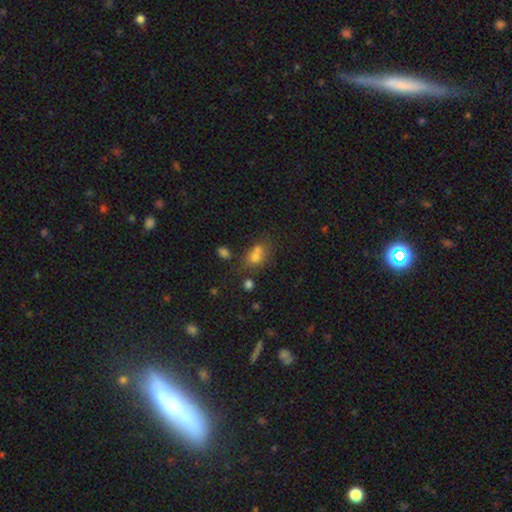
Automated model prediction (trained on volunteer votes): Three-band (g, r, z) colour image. It shows a smooth galaxy with no disk features (66%) that is round (55%). Merging: merger (45%).